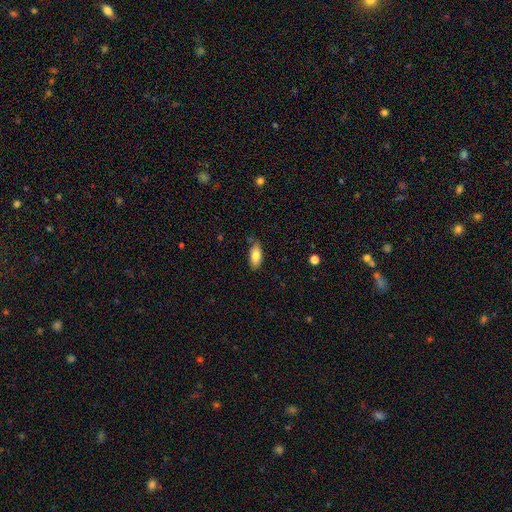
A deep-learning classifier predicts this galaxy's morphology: Smooth or featured: smooth — 82% (featured or disk — 11%)
How rounded: in between — 88% (cigar-shaped — 10%)
Merging: none — 75% (minor disturbance — 19%)